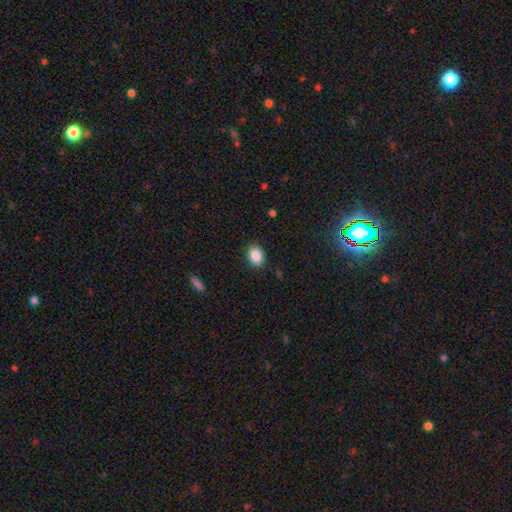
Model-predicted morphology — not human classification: smooth-or-featured: smooth: 89% | star or artifact: 8% | featured or disk: 3%
  how-rounded: in between: 70% | round: 29% | cigar-shaped: 1%
  merging: none: 85% | minor disturbance: 11% | major disturbance: 3% | merger: 1%